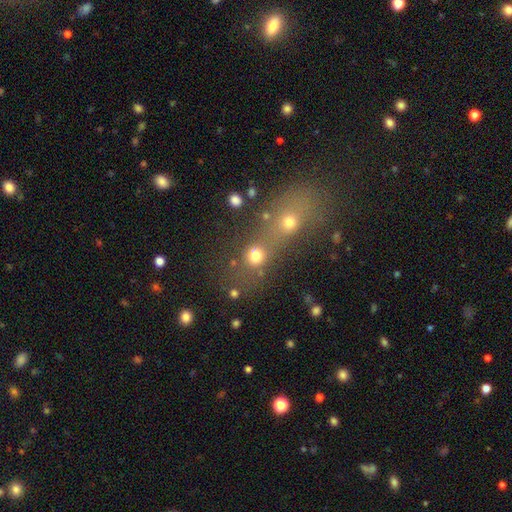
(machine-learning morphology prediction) Smooth or featured? smooth (72%)
How rounded? round (75%)
Merging? merger (48%)